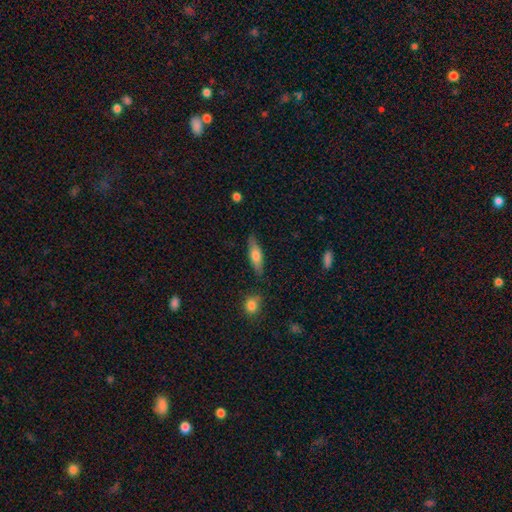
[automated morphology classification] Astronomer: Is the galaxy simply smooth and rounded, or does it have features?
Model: smooth — 65%.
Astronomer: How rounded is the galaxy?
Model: cigar-shaped — 53% (runner-up: in between, 44%).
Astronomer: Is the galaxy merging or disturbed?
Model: none — 81%.